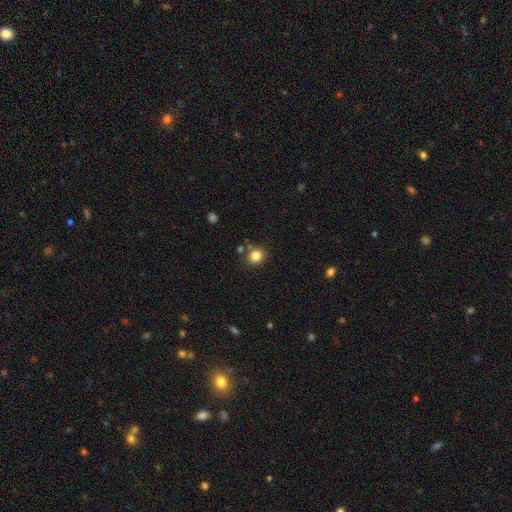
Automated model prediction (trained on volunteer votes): smooth 83%, star or artifact 11%, featured or disk 6%. Down the decision tree: how rounded — round (82%); merging — none (78%).